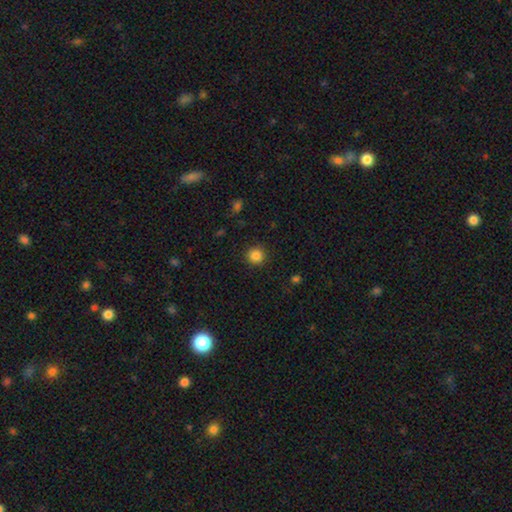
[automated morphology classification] Smooth or featured? smooth (85%)
How rounded? round (94%)
Merging? none (91%)